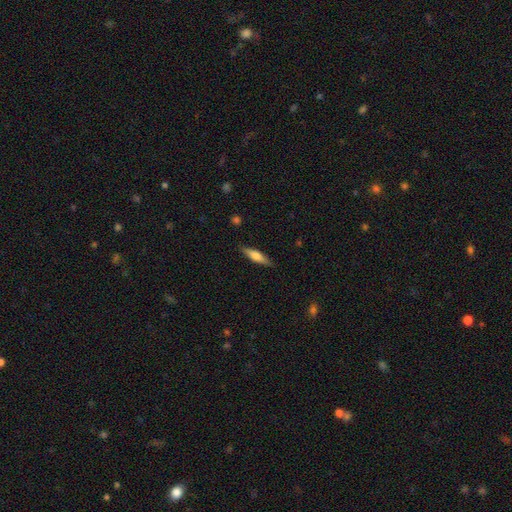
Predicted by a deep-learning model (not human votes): Smooth or featured?
  - smooth: 53% *
  - featured or disk: 41%
  - star or artifact: 6%
How rounded?
  - cigar-shaped: 73% *
  - in between: 25%
  - round: 2%
Merging?
  - none: 87% *
  - minor disturbance: 10%
  - major disturbance: 2%
  - merger: 1%